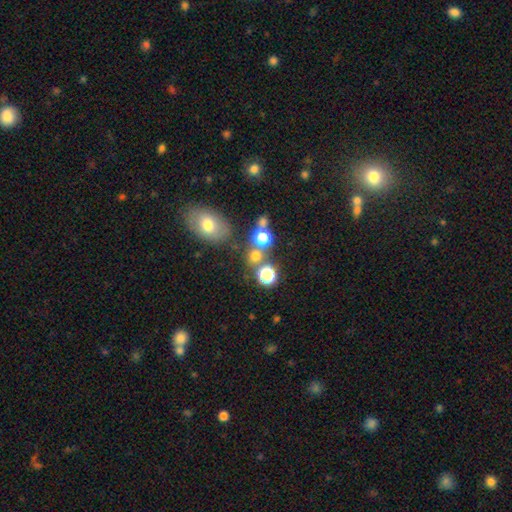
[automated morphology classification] A smooth galaxy with no disk features (66%) that is round (83%).

Vote fractions:
- Smooth or featured? smooth: 66% / star or artifact: 25% / featured or disk: 9%
- How rounded? round: 83% / in between: 15% / cigar-shaped: 1%
- Merging? none: 60% / merger: 27% / minor disturbance: 8% / major disturbance: 5%